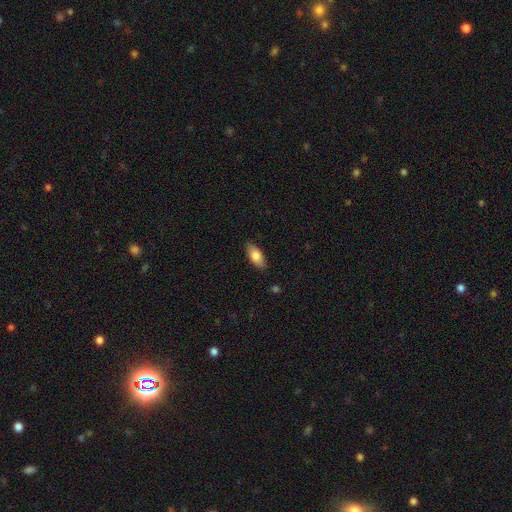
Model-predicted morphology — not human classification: Overall: smooth (81%). How rounded: in between (88%). Merging: none (85%).